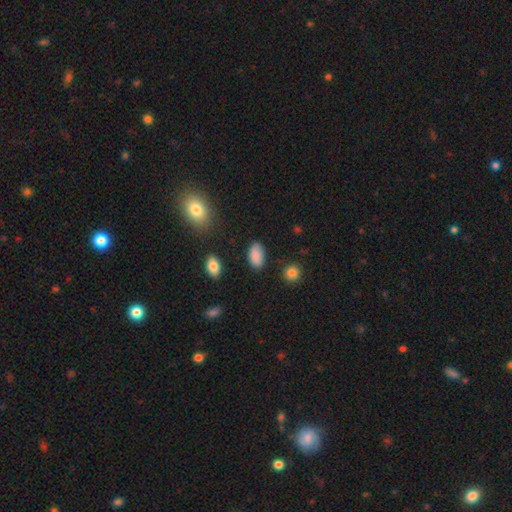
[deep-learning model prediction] The model was most divided on "merging": none: 85%, minor disturbance: 11%, major disturbance: 3%, merger: 2%. More confident: how rounded — in between (94%); smooth or featured — smooth (87%).